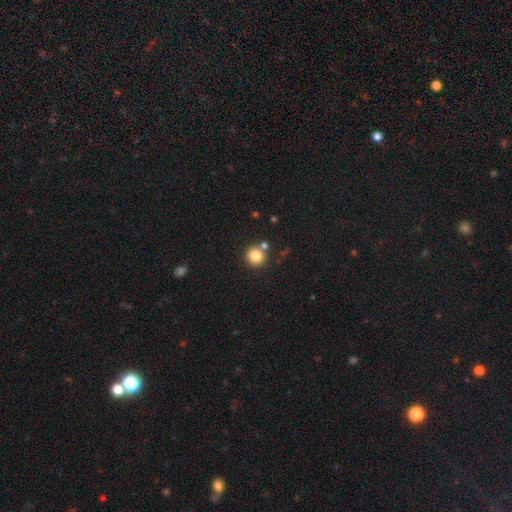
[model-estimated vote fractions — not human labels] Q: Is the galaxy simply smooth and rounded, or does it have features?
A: smooth — 82%.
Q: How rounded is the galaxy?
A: round — 92%.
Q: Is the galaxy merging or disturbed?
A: none — 75%.